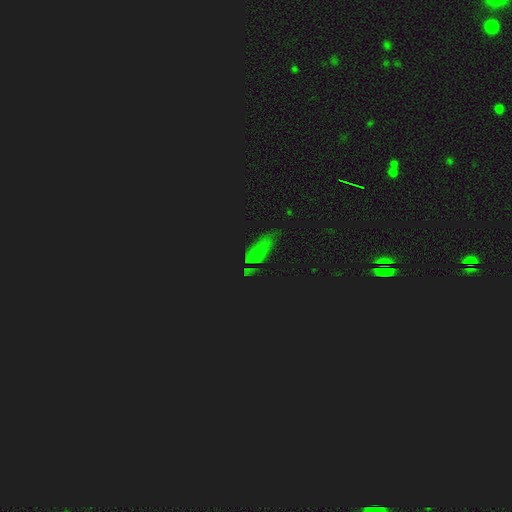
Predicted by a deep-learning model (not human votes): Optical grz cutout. It shows a star or artifact, not a galaxy (53%).